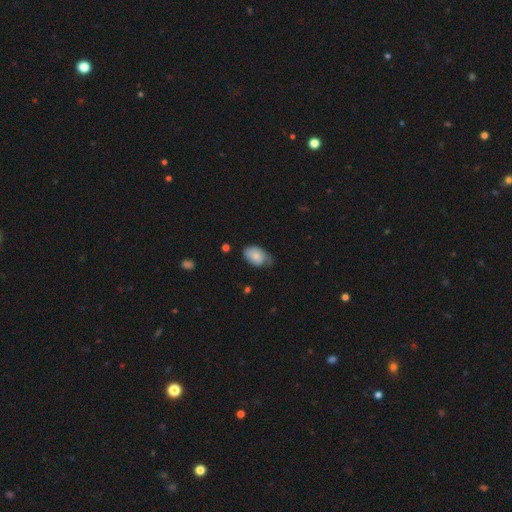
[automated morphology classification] smooth_or_featured: smooth (p=0.74) [alt: featured or disk p=0.19]
how_rounded: in between (p=0.88) [alt: round p=0.11]
merging: none (p=0.46) [alt: minor disturbance p=0.40]